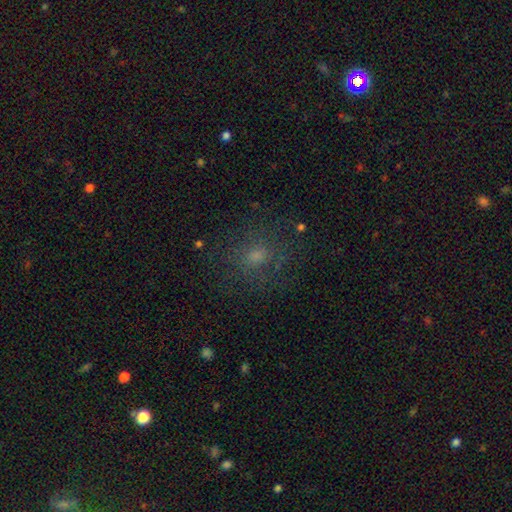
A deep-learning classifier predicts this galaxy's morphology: Overall: smooth (58%; star or artifact 21%). How rounded: round (76%). Merging: none (75%).